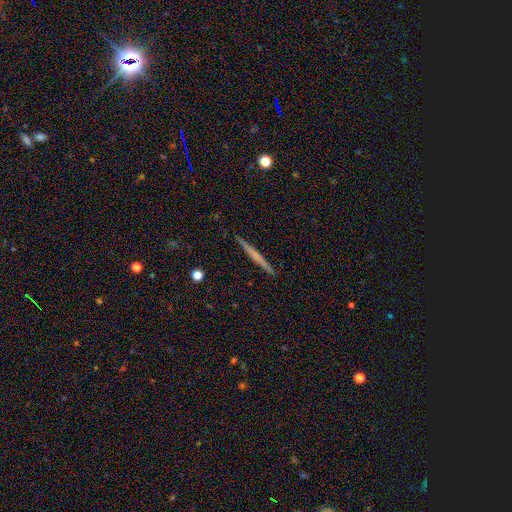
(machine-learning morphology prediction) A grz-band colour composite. It shows a featured or disk galaxy (51%) viewed edge-on (98%) with no central bulge (82%). Merging: none (93%).